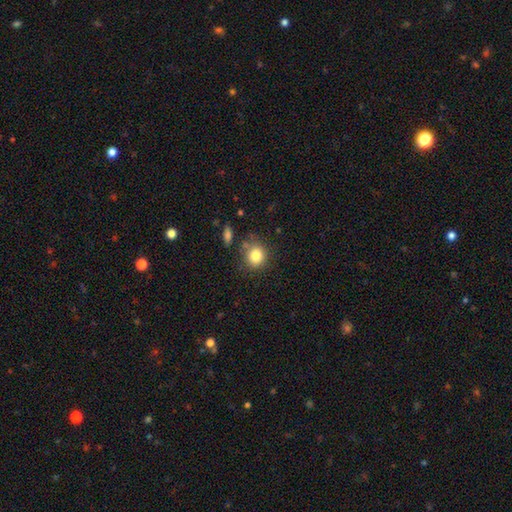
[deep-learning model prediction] Morphology: type=smooth (83%); roundness=round (81%); merging=none (73%).